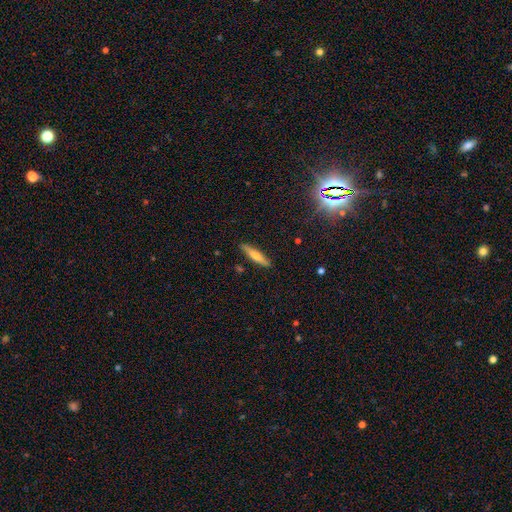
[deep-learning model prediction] Smooth or featured? Predicted: smooth (p=0.52). How rounded? Predicted: cigar-shaped (p=0.86). Merging? Predicted: none (p=0.88).